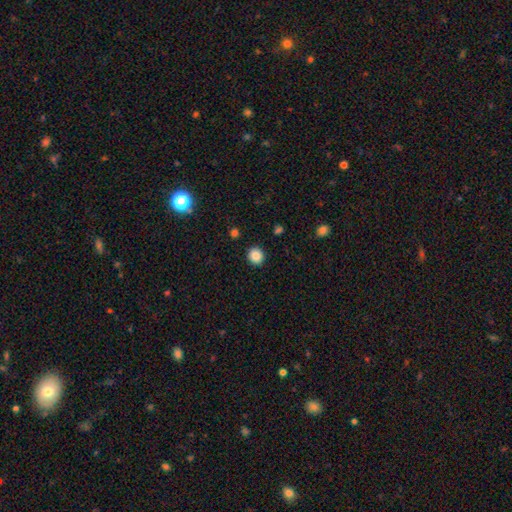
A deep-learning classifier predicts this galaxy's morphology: Overall: smooth (86%). How rounded: round (88%). Merging: none (92%).